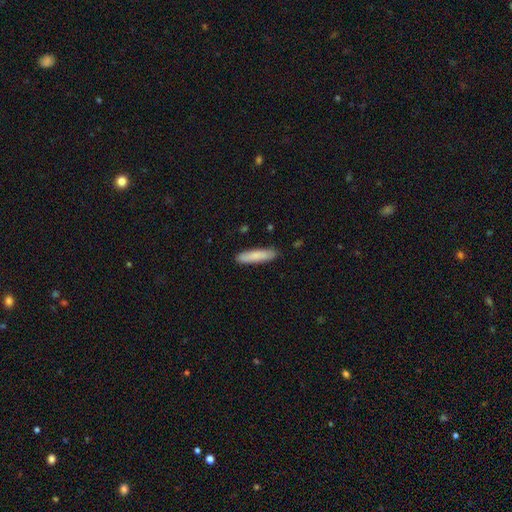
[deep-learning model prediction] This is clearly a smooth galaxy (82%). How rounded: likely cigar-shaped (77%). Merging: clearly none (87%).